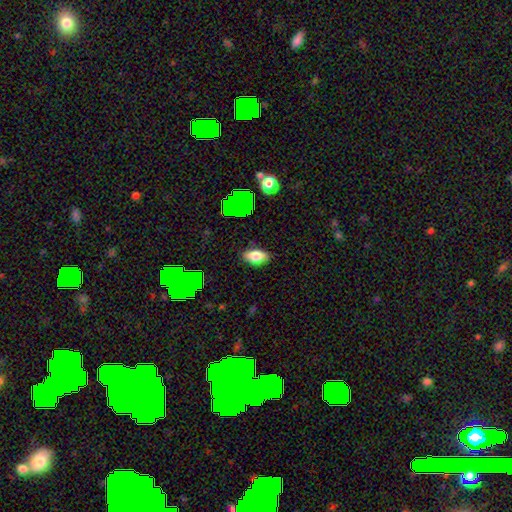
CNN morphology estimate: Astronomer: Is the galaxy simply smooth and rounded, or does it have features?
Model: smooth — 76%.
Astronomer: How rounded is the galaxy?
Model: in between — 90%.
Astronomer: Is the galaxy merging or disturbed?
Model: none — 85%.